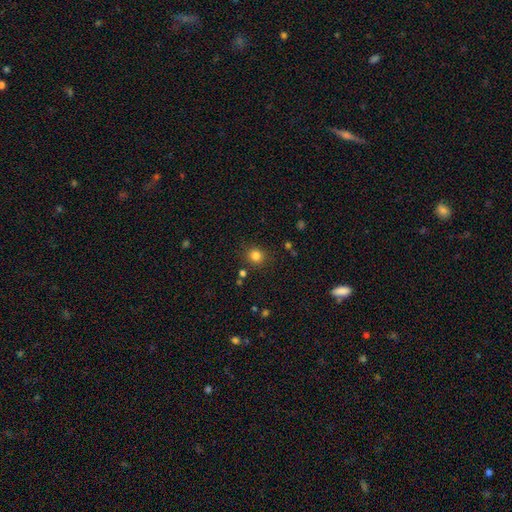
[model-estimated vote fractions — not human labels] smooth_or_featured: smooth (p=0.82) [alt: star or artifact p=0.13]
how_rounded: round (p=0.88) [alt: in between p=0.11]
merging: none (p=0.86) [alt: minor disturbance p=0.08]